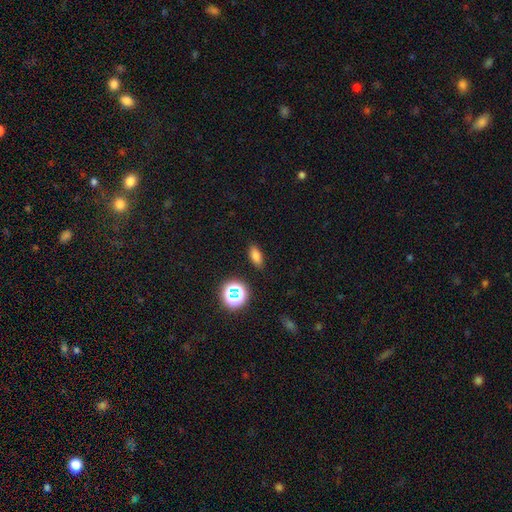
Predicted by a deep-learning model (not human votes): The model was most divided on "smooth or featured": smooth: 75%, star or artifact: 17%, featured or disk: 8%. More confident: merging — none (87%); how rounded — in between (79%).